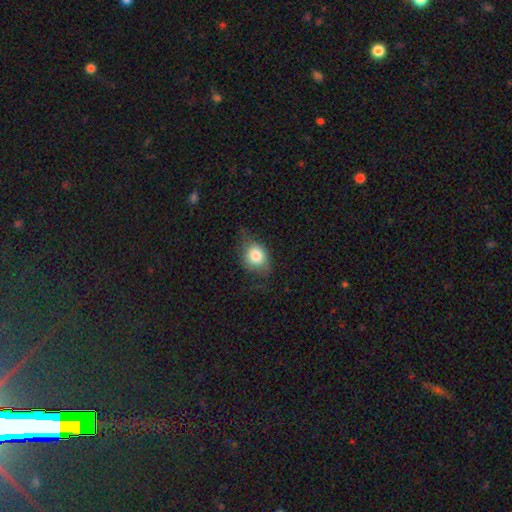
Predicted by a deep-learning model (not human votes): Overall: smooth (76%). How rounded: in between (52%; round 46%). Merging: none (56%; minor disturbance 30%).